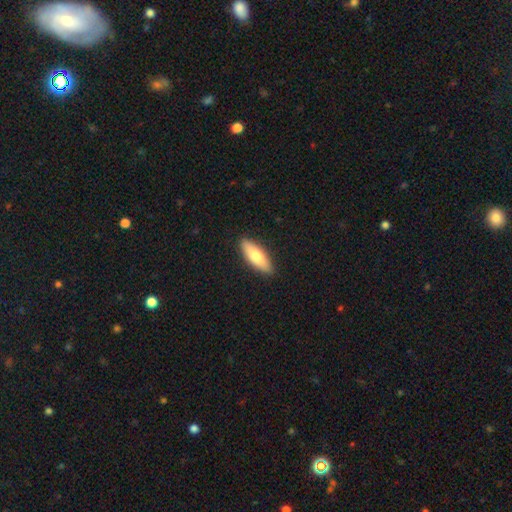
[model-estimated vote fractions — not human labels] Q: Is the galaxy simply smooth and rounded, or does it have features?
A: smooth — 76%.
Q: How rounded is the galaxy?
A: in between — 62%.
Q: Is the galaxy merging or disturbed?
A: none — 89%.